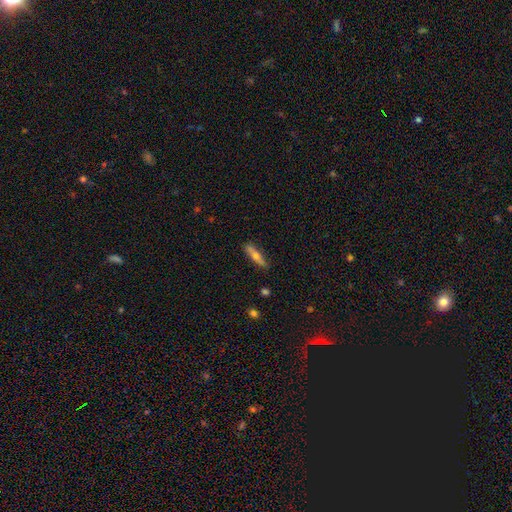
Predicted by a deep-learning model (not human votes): Smooth or featured? Predicted: smooth (p=0.50). Merging? Predicted: none (p=0.83).